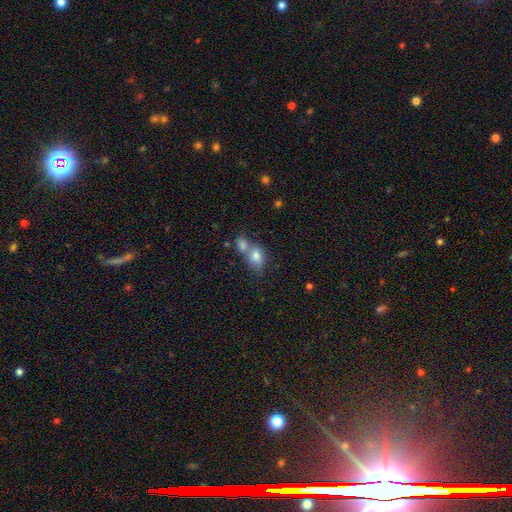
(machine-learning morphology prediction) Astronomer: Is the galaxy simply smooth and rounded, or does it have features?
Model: smooth — 77%.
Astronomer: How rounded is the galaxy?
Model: in between — 68%.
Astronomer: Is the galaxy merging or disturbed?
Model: merger — 61%.